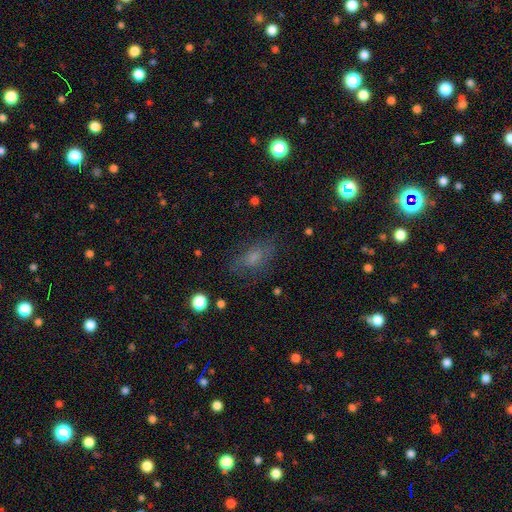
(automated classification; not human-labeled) Smooth or featured?
  - smooth: 56% *
  - featured or disk: 25%
  - star or artifact: 19%
How rounded?
  - in between: 79% *
  - round: 14%
  - cigar-shaped: 7%
Merging?
  - none: 69% *
  - minor disturbance: 19%
  - major disturbance: 10%
  - merger: 2%